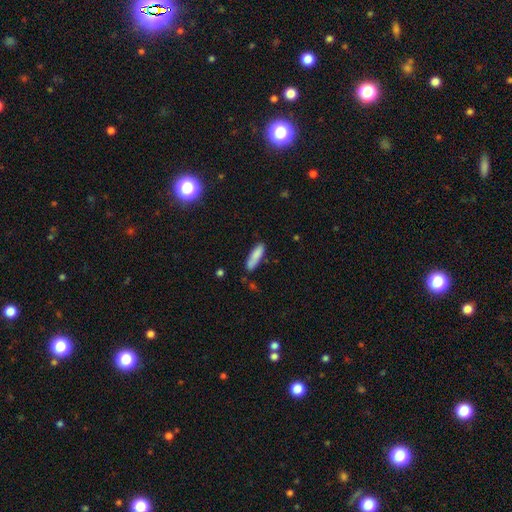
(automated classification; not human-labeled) Q: Smooth or featured?
A: smooth (84%); runner-up: featured or disk (10%)
Q: How rounded?
A: cigar-shaped (58%); runner-up: in between (41%)
Q: Merging?
A: none (72%); runner-up: minor disturbance (20%)